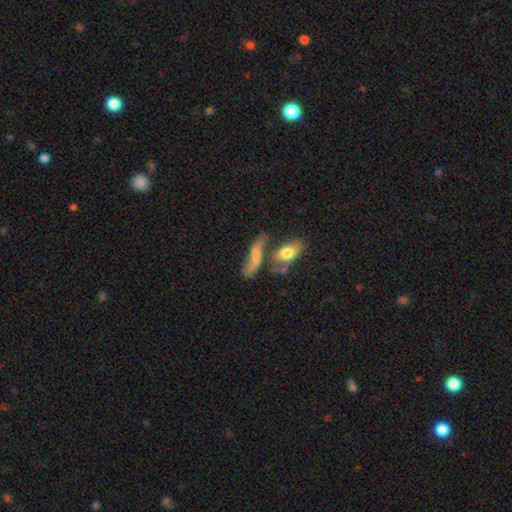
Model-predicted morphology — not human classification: Smooth or featured? Predicted: smooth (p=0.46). Merging? Predicted: merger (p=0.36).